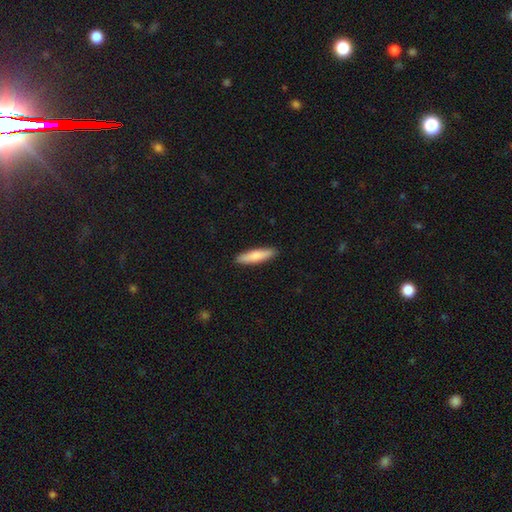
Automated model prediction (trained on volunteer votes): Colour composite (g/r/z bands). It shows a smooth galaxy with no disk features (78%) that is cigar-shaped (78%). Merging: none (91%).